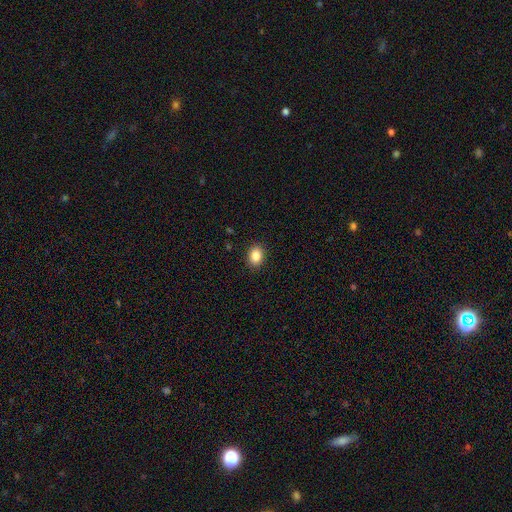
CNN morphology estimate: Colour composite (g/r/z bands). It shows a smooth galaxy with no disk features (87%) that is in between round and cigar-shaped (67%). Merging: none (90%).